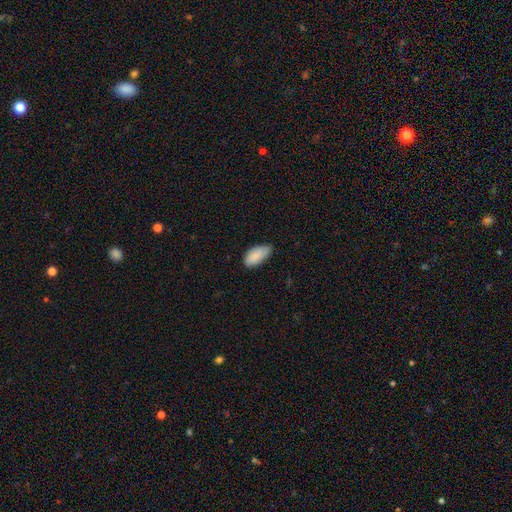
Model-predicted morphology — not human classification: Smooth or featured? smooth (88%)
How rounded? in between (93%)
Merging? none (60%)